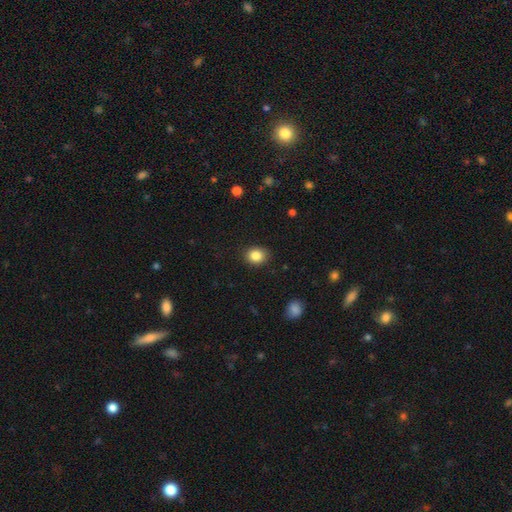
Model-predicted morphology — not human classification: Smooth or featured?
  - smooth: 85% *
  - star or artifact: 10%
  - featured or disk: 5%
How rounded?
  - round: 64% *
  - in between: 35%
  - cigar-shaped: 1%
Merging?
  - none: 88% *
  - minor disturbance: 8%
  - major disturbance: 2%
  - merger: 1%